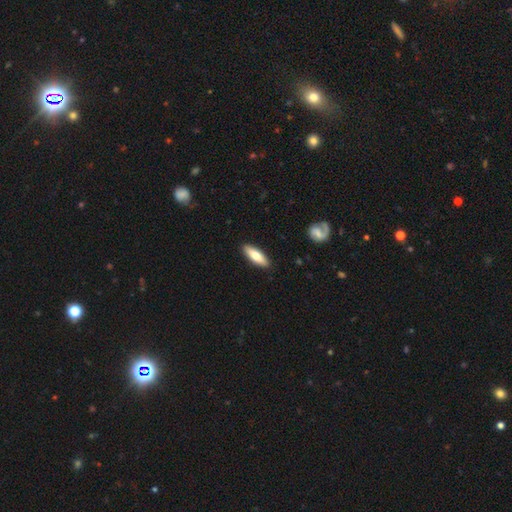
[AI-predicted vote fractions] Morphology: type=smooth (74%); roundness=in between (54%); merging=none (90%).